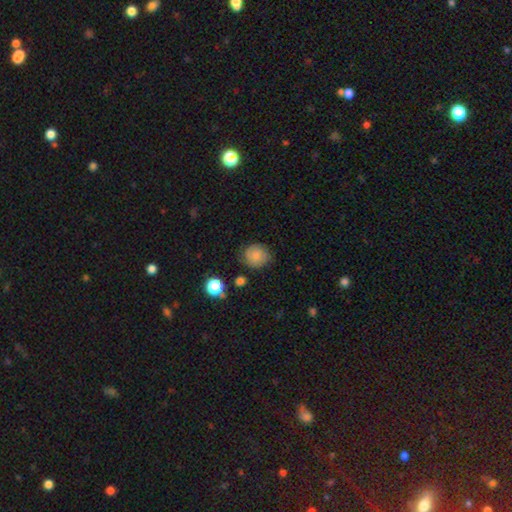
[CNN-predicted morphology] A smooth galaxy with no disk features (72%) that is round (83%).

Vote fractions:
- Smooth or featured? smooth: 72% / featured or disk: 18% / star or artifact: 10%
- How rounded? round: 83% / in between: 16% / cigar-shaped: 1%
- Merging? none: 76% / minor disturbance: 17% / major disturbance: 5% / merger: 3%